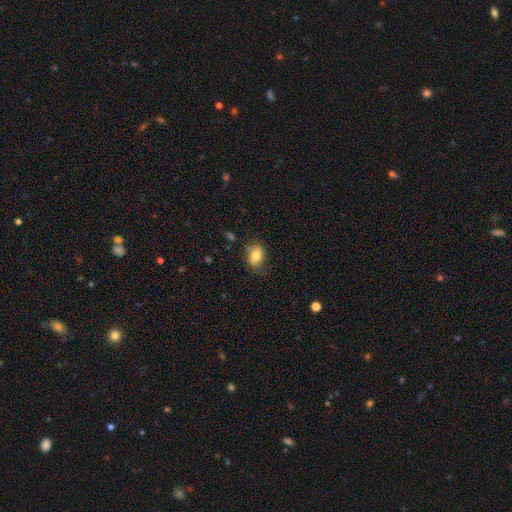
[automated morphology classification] Smooth or featured? Predicted: smooth (p=0.72). How rounded? Predicted: in between (p=0.67). Merging? Predicted: none (p=0.63).